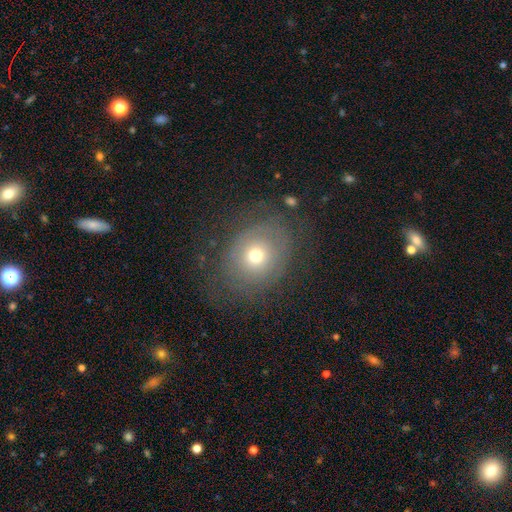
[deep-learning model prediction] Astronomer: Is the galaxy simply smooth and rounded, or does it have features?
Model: smooth — 57%.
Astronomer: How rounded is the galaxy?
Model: round — 60% (runner-up: in between, 39%).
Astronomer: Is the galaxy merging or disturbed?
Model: none — 68%.